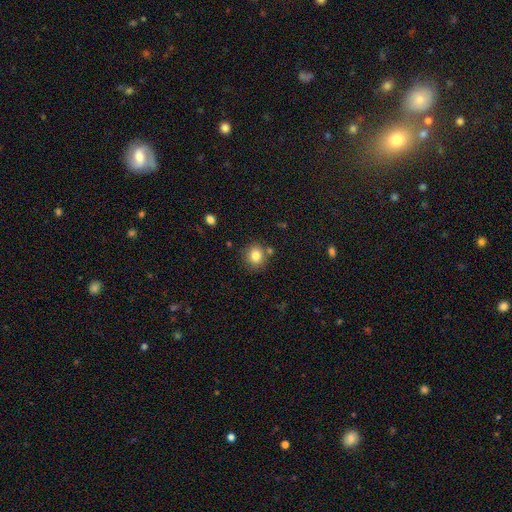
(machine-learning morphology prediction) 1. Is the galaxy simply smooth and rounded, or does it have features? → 81% smooth, 11% star or artifact, 8% featured or disk.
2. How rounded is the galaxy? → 84% round, 15% in between, 1% cigar-shaped.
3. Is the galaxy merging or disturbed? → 80% none, 10% minor disturbance, 7% merger, 3% major disturbance.